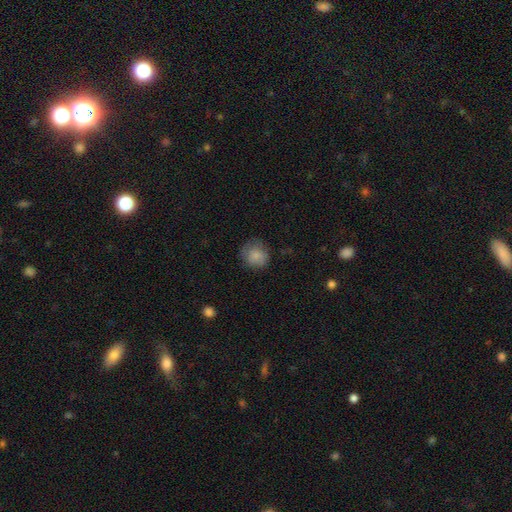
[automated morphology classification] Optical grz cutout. It shows a smooth galaxy with no disk features (81%) that is round (85%). Merging: none (69%).